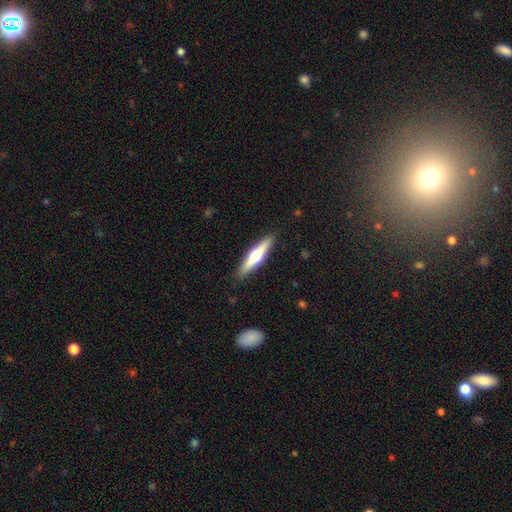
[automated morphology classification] A featured or disk galaxy (56%) viewed edge-on (95%) with a rounded central bulge (93%). Merging: none (90%).